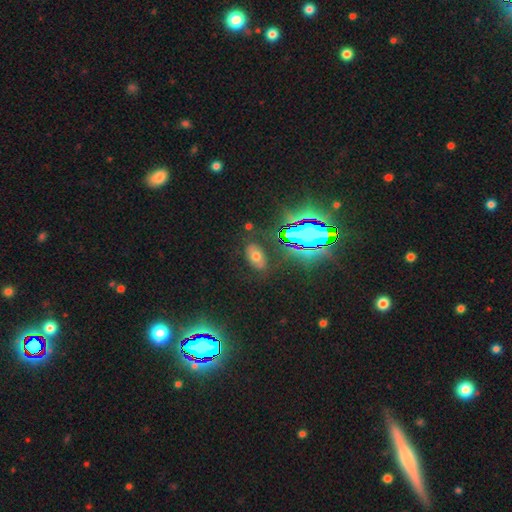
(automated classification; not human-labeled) smooth_or_featured: smooth (p=0.51) [alt: star or artifact p=0.31]
how_rounded: in between (p=0.90) [alt: round p=0.08]
merging: none (p=0.84) [alt: minor disturbance p=0.10]